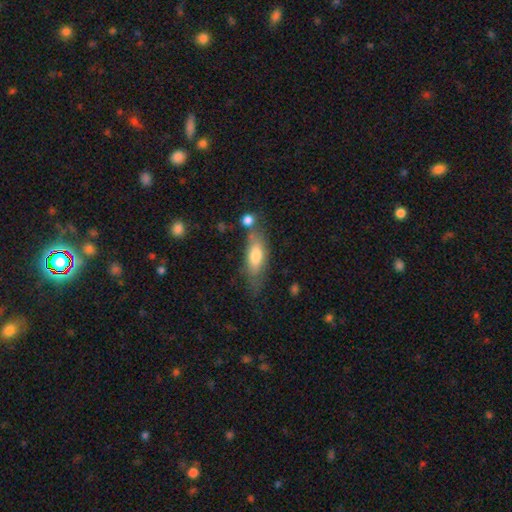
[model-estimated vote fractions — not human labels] smooth 69%, featured or disk 24%, star or artifact 6%. Down the decision tree: how rounded — in between (68%); merging — none (53%).